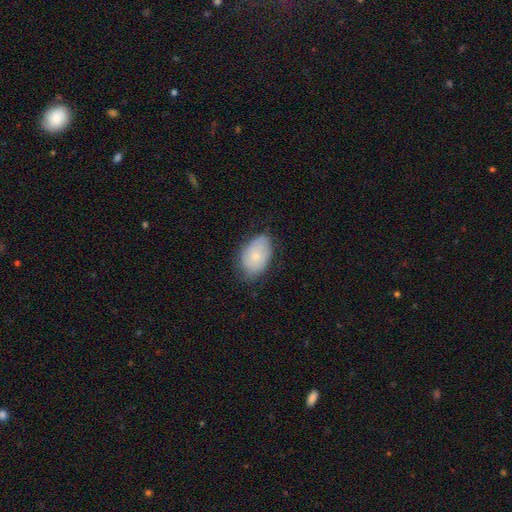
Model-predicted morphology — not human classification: smooth_or_featured: smooth (p=0.67) [alt: featured or disk p=0.27]
how_rounded: in between (p=0.87) [alt: round p=0.12]
merging: none (p=0.66) [alt: minor disturbance p=0.27]